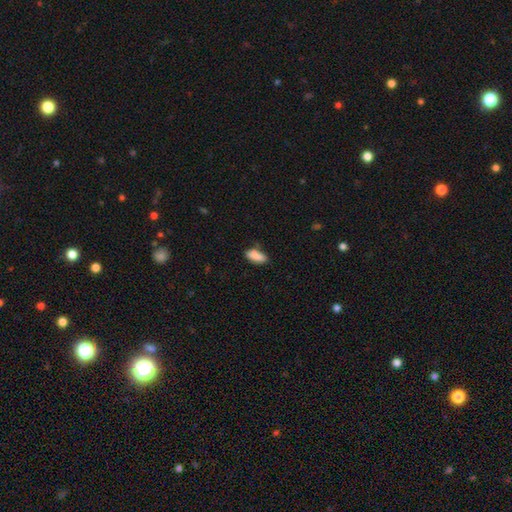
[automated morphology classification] The model was most divided on "merging": none: 60%, minor disturbance: 26%, merger: 8%, major disturbance: 6%. More confident: smooth or featured — smooth (86%); how rounded — in between (82%).